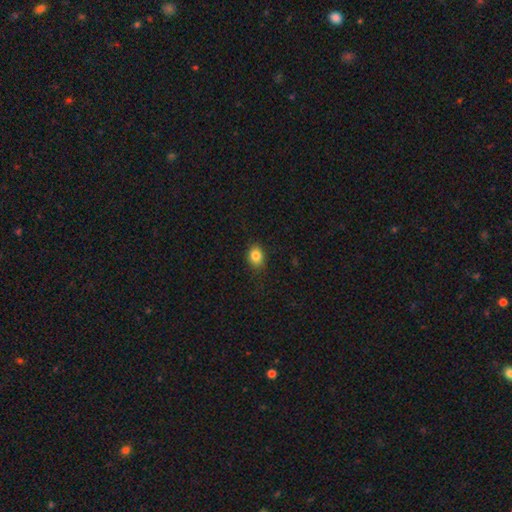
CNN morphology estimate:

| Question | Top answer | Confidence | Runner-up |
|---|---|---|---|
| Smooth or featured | smooth | 84% | star or artifact (10%) |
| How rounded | in between | 54% | round (45%) |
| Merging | none | 83% | minor disturbance (13%) |